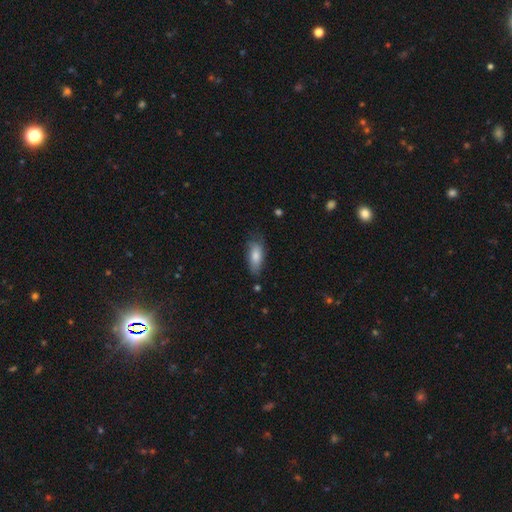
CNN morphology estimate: This is likely a smooth galaxy (78%). How rounded: likely in between (78%). Merging: likely none (63%).